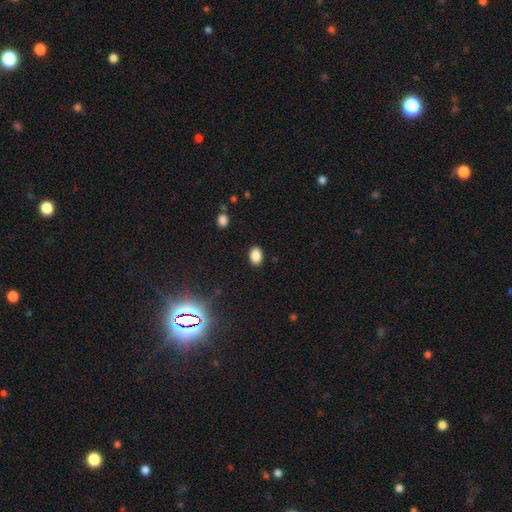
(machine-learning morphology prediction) Overall: smooth (87%). How rounded: in between (84%). Merging: none (88%).